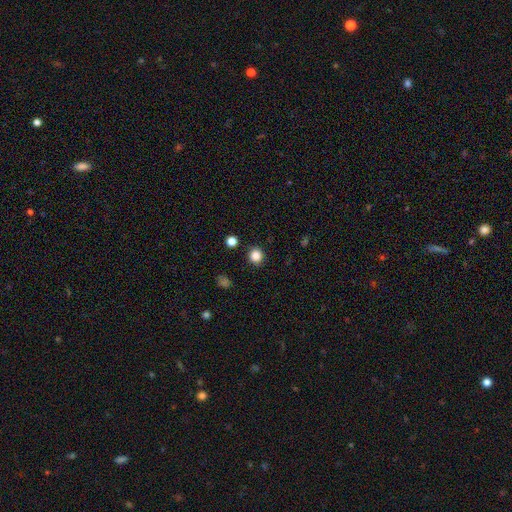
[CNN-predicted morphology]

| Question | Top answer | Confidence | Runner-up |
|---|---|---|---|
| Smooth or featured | smooth | 85% | star or artifact (11%) |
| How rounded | round | 88% | in between (11%) |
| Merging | none | 90% | minor disturbance (7%) |